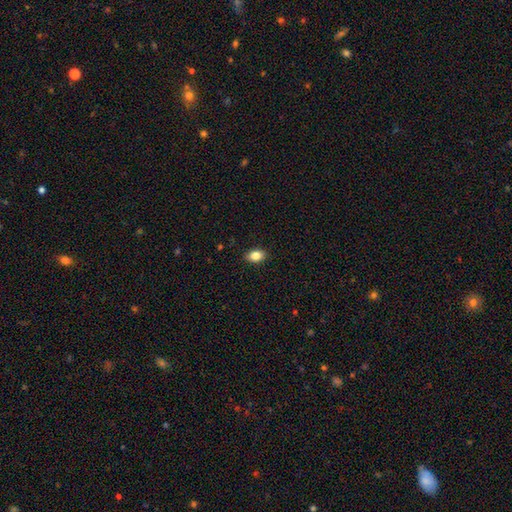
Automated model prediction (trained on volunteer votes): This appears to be a smooth galaxy with no disk features (85%) that is in between round and cigar-shaped (82%). Merging: none (89%).